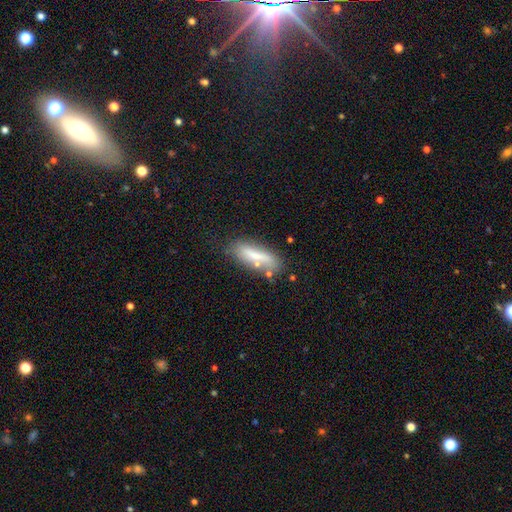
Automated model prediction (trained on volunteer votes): smooth_or_featured: smooth (p=0.65) [alt: featured or disk p=0.26]
how_rounded: cigar-shaped (p=0.52) [alt: in between p=0.46]
merging: none (p=0.62) [alt: minor disturbance p=0.21]